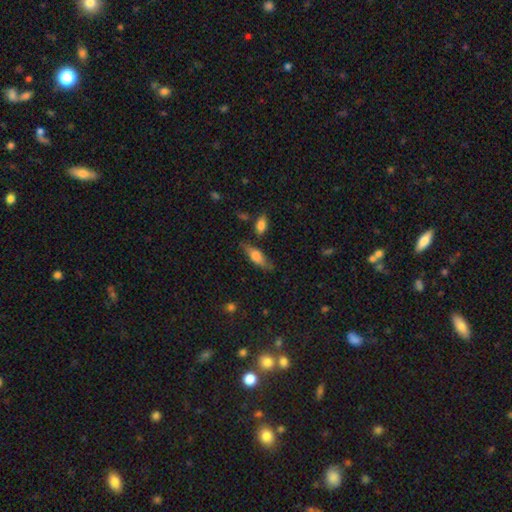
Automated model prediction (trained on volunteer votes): Smooth or featured: smooth — 61% (featured or disk — 32%)
How rounded: in between — 58% (cigar-shaped — 38%)
Merging: none — 67% (minor disturbance — 22%)